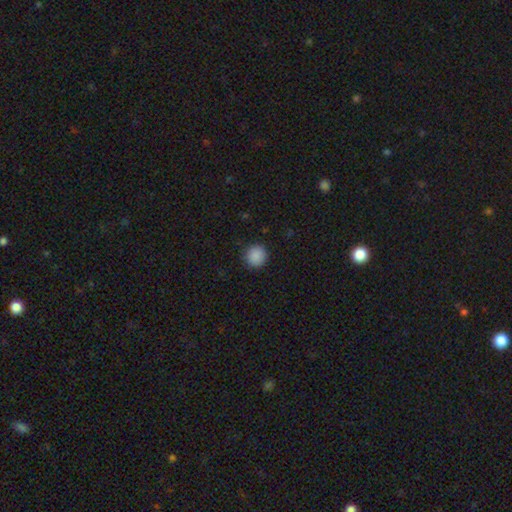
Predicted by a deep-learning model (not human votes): A smooth galaxy with no disk features (89%) that is round (92%). Merging: none (90%).